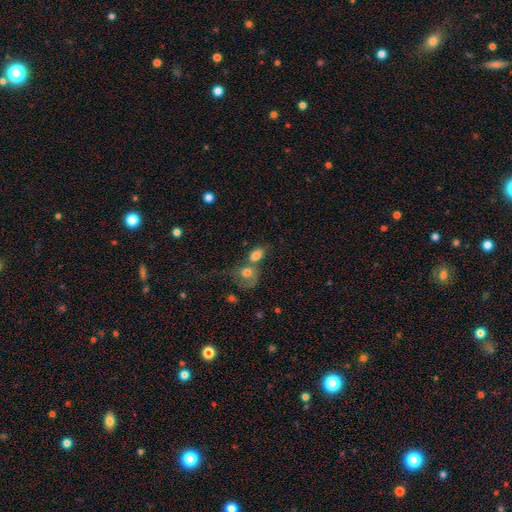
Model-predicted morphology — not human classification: Overall: smooth (78%). How rounded: in between (73%). Merging: merger (54%; none 29%).